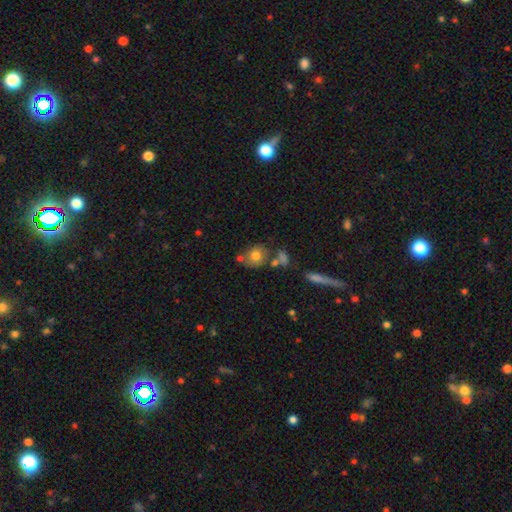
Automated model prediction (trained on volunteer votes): Q: Smooth or featured?
A: smooth (70%); runner-up: featured or disk (20%)
Q: How rounded?
A: round (66%); runner-up: in between (33%)
Q: Merging?
A: none (55%); runner-up: merger (21%)